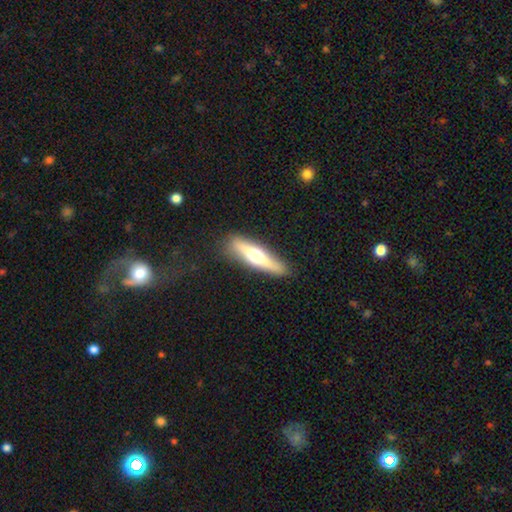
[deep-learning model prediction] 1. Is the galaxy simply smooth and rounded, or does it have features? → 52% featured or disk, 43% smooth, 6% star or artifact.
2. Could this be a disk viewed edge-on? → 89% yes, 11% no.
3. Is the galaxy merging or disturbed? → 87% none, 9% minor disturbance, 2% major disturbance, 1% merger.